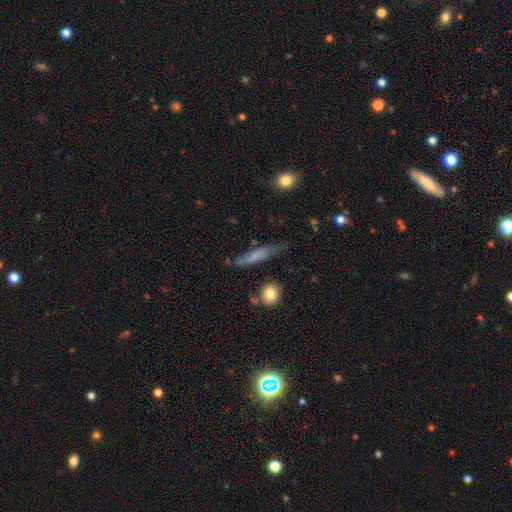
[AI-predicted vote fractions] smooth_or_featured: smooth (p=0.59) [alt: featured or disk p=0.32]
how_rounded: cigar-shaped (p=0.83) [alt: in between p=0.14]
merging: none (p=0.61) [alt: minor disturbance p=0.27]